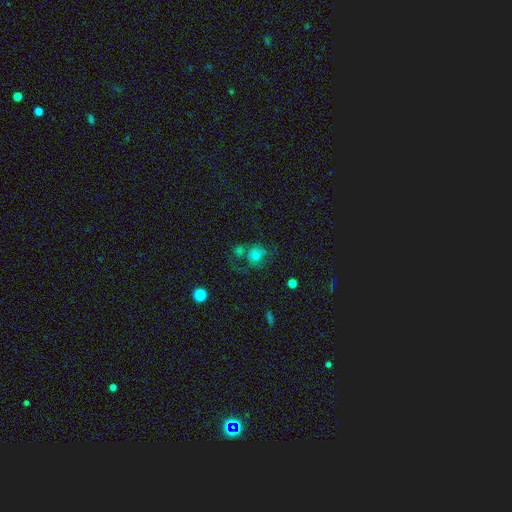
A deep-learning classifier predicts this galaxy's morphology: Smooth or featured?
  - smooth: 63% *
  - featured or disk: 24%
  - star or artifact: 13%
How rounded?
  - round: 80% *
  - in between: 19%
  - cigar-shaped: 1%
Merging?
  - none: 45% *
  - merger: 19%
  - major disturbance: 18%
  - minor disturbance: 18%